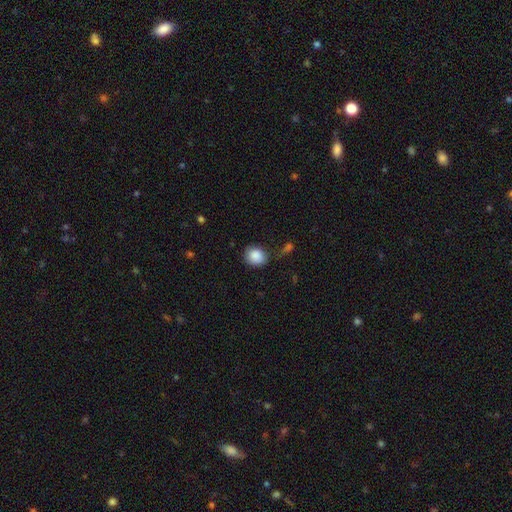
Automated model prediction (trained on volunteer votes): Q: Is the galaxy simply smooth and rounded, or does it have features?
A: smooth — 88%.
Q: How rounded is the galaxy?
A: round — 76%.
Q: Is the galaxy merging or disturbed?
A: none — 68%.